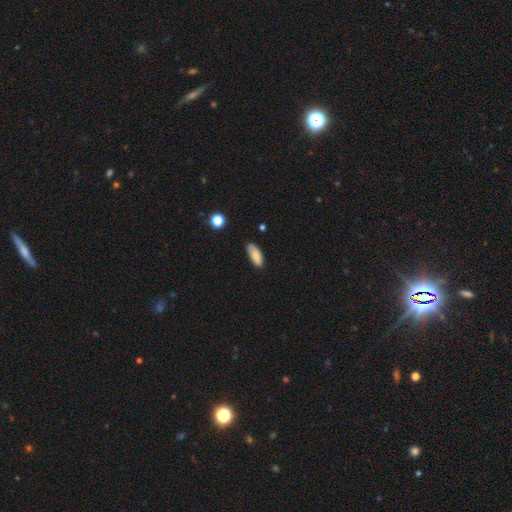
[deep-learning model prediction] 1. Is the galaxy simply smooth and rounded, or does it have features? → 83% smooth, 9% featured or disk, 7% star or artifact.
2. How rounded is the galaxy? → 79% in between, 18% cigar-shaped, 2% round.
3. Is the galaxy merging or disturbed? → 76% none, 19% minor disturbance, 3% major disturbance, 2% merger.